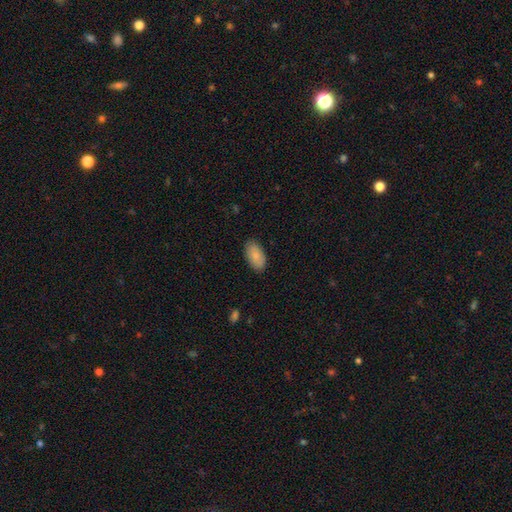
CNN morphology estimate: Smooth or featured?
  - smooth: 84% *
  - featured or disk: 10%
  - star or artifact: 6%
How rounded?
  - in between: 95% *
  - round: 3%
  - cigar-shaped: 2%
Merging?
  - none: 85% *
  - minor disturbance: 11%
  - major disturbance: 2%
  - merger: 1%